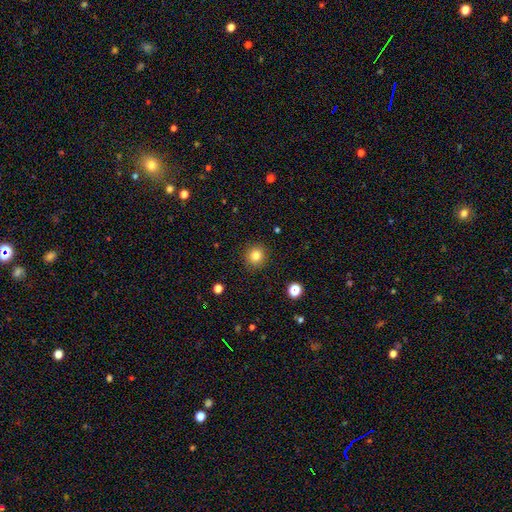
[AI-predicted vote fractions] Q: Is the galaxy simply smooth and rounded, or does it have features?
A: smooth — 83%.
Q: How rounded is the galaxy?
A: round — 91%.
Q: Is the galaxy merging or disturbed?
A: none — 90%.